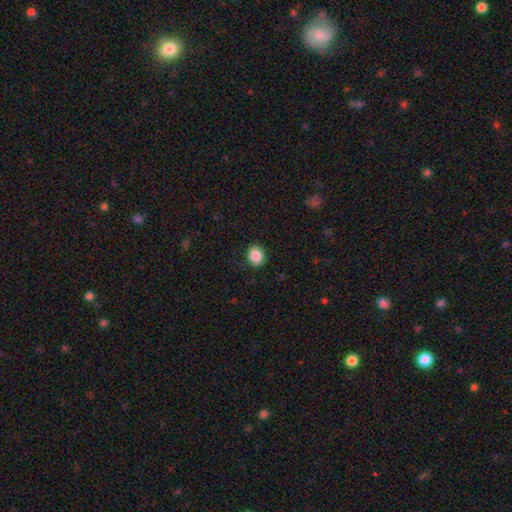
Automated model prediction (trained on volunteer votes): Smooth or featured: smooth — 88% (star or artifact — 9%)
How rounded: round — 61% (in between — 38%)
Merging: none — 89% (minor disturbance — 8%)